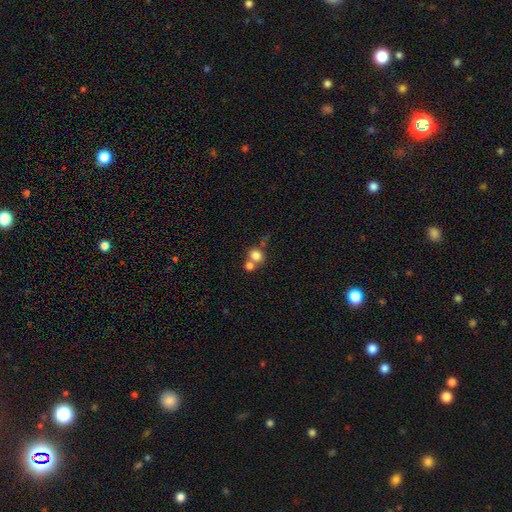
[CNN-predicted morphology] The model was most divided on "merging": merger: 51%, none: 37%, minor disturbance: 8%, major disturbance: 4%. More confident: smooth or featured — smooth (80%); how rounded — round (73%).